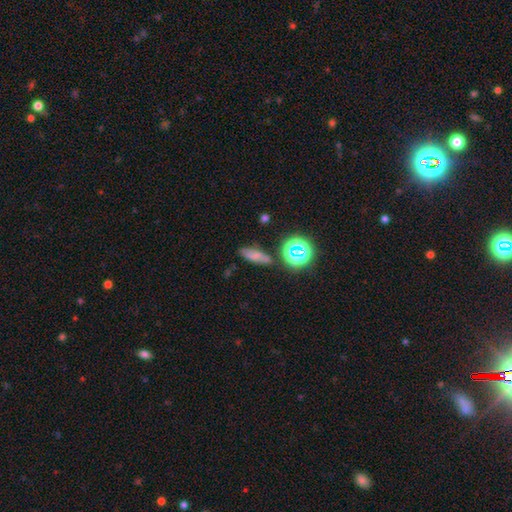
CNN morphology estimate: Smooth or featured? Predicted: smooth (p=0.64). How rounded? Predicted: in between (p=0.56). Merging? Predicted: none (p=0.66).